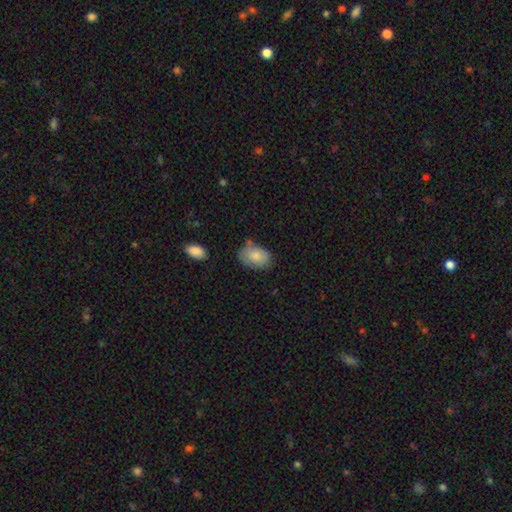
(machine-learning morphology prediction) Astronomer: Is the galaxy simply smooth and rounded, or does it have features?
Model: smooth — 82%.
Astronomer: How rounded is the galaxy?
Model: in between — 87%.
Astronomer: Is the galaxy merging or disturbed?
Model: none — 66%.